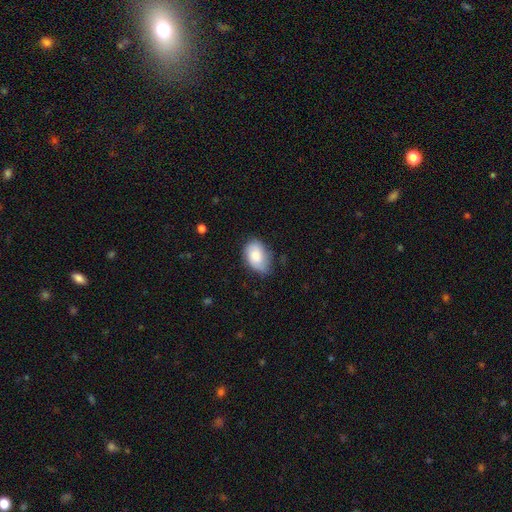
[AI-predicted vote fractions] smooth_or_featured: smooth (p=0.81) [alt: featured or disk p=0.13]
how_rounded: in between (p=0.89) [alt: round p=0.10]
merging: none (p=0.64) [alt: minor disturbance p=0.29]